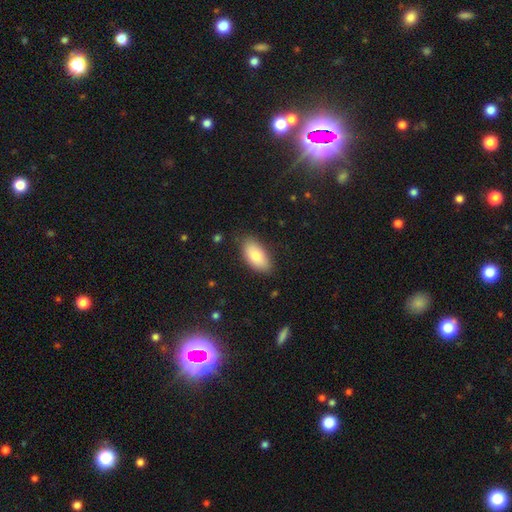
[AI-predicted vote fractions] Smooth or featured?
  - smooth: 82% *
  - featured or disk: 12%
  - star or artifact: 6%
How rounded?
  - in between: 93% *
  - cigar-shaped: 5%
  - round: 3%
Merging?
  - none: 82% *
  - minor disturbance: 14%
  - major disturbance: 3%
  - merger: 1%